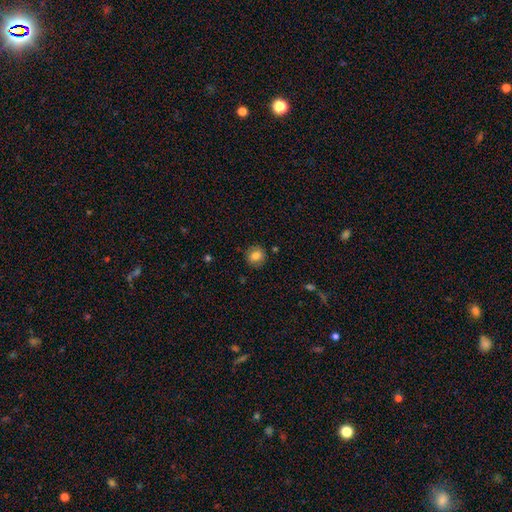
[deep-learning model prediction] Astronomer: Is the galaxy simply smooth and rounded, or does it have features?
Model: smooth — 82%.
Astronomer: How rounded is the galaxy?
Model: round — 82%.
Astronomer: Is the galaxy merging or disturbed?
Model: none — 84%.